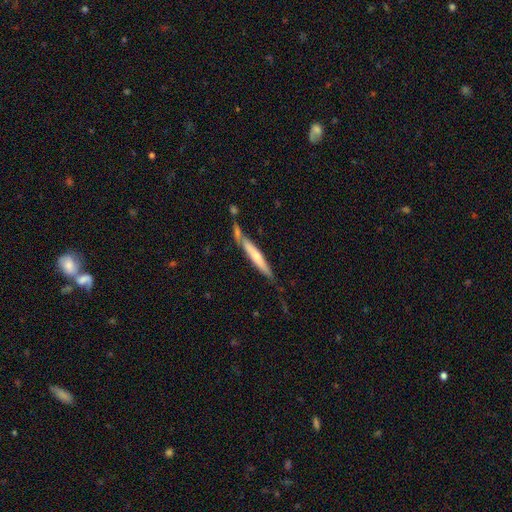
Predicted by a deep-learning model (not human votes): A smooth galaxy with no disk features (52%) that is cigar-shaped (93%). Merging: none (59%).